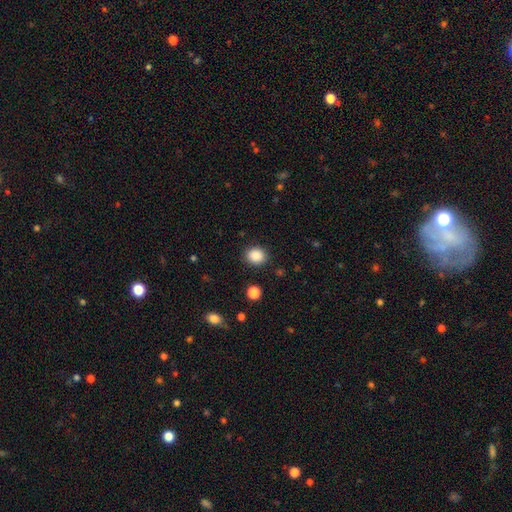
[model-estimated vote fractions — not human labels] This is clearly a smooth galaxy (88%). How rounded: likely round (69%). Merging: clearly none (88%).